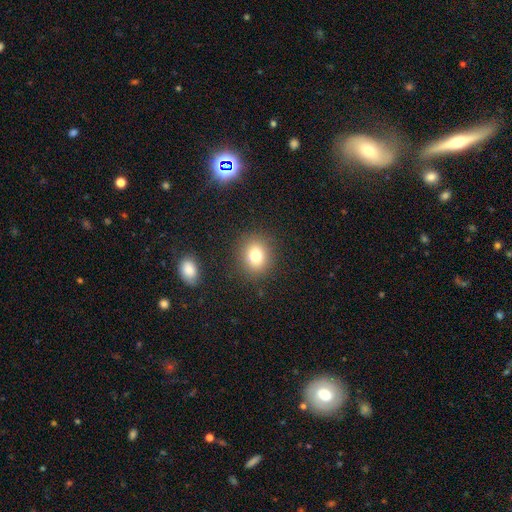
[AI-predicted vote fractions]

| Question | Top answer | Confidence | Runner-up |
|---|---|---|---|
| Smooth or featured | smooth | 78% | star or artifact (13%) |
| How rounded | round | 72% | in between (27%) |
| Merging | none | 87% | minor disturbance (8%) |